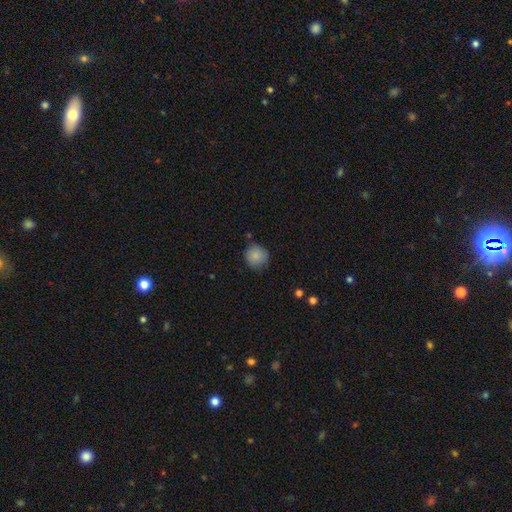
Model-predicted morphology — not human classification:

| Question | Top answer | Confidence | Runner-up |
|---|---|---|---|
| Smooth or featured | smooth | 86% | star or artifact (9%) |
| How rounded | round | 91% | in between (8%) |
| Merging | none | 79% | minor disturbance (16%) |